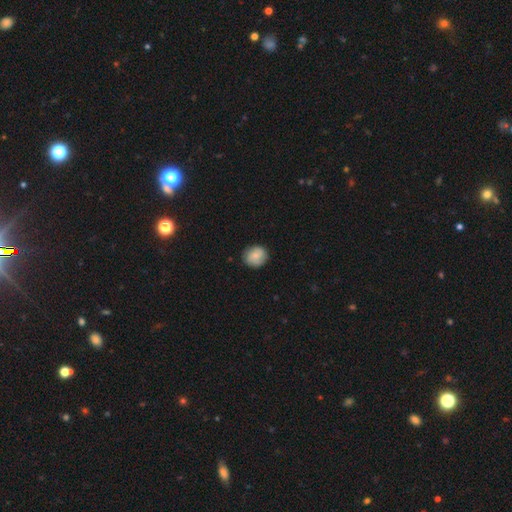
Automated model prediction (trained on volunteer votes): Q: Smooth or featured?
A: smooth (81%); runner-up: featured or disk (12%)
Q: How rounded?
A: round (80%); runner-up: in between (19%)
Q: Merging?
A: none (83%); runner-up: minor disturbance (13%)